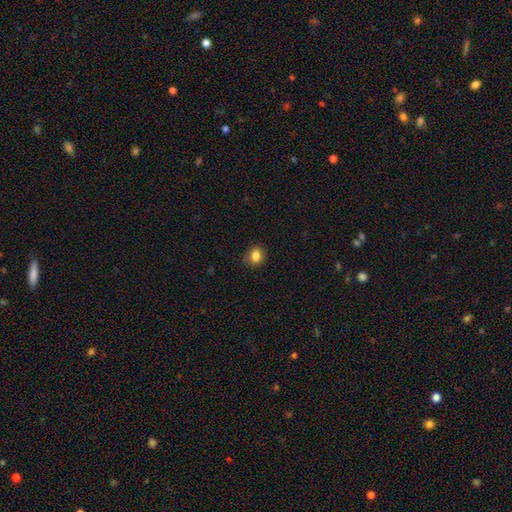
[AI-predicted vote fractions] Morphology: type=smooth (84%); roundness=round (59%); merging=none (85%).